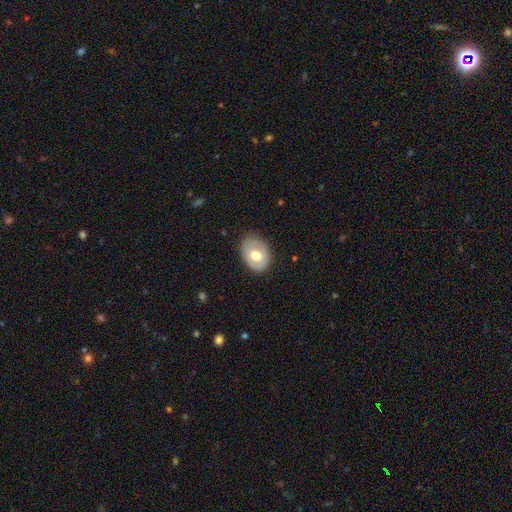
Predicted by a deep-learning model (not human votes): Q: Smooth or featured?
A: smooth (63%); runner-up: featured or disk (30%)
Q: How rounded?
A: in between (68%); runner-up: round (31%)
Q: Merging?
A: none (76%); runner-up: minor disturbance (18%)